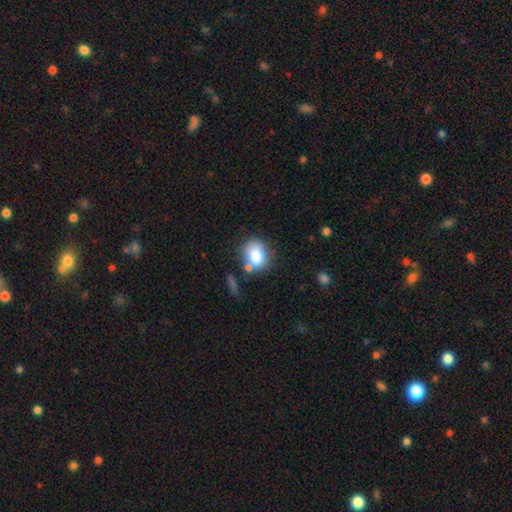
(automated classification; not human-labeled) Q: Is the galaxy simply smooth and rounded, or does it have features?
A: smooth — 81%.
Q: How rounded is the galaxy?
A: round — 57%.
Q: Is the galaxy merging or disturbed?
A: none — 61%.